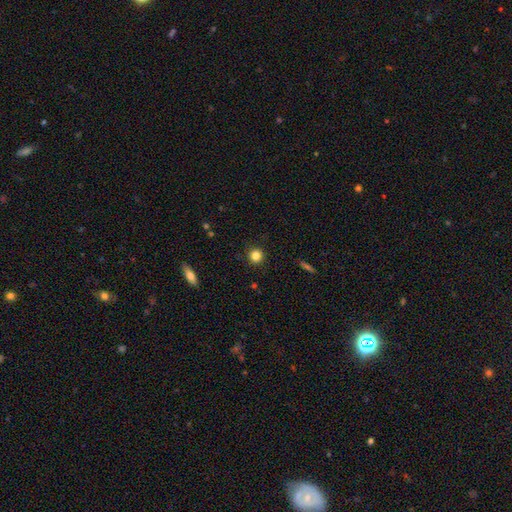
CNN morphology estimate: Q: Smooth or featured?
A: smooth (83%); runner-up: star or artifact (12%)
Q: How rounded?
A: round (94%); runner-up: in between (5%)
Q: Merging?
A: none (90%); runner-up: minor disturbance (7%)